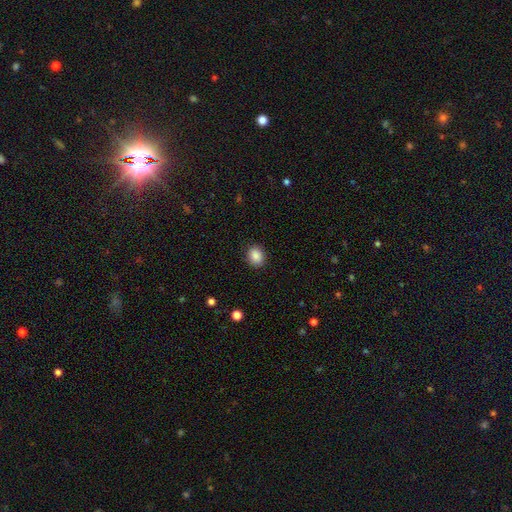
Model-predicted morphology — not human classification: Overall: smooth (88%). How rounded: round (55%; in between 44%). Merging: none (89%).